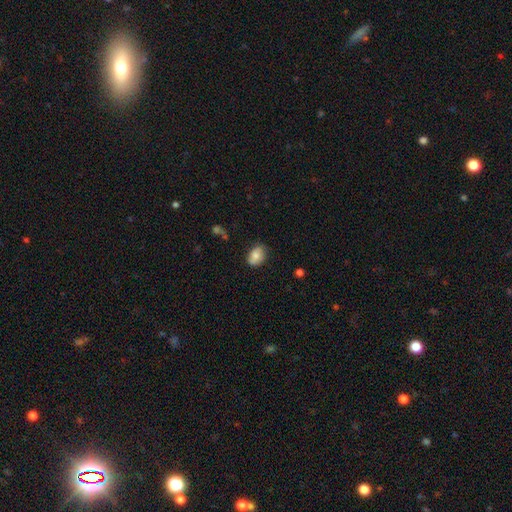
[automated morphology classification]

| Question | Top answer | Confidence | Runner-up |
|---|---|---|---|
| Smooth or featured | smooth | 80% | featured or disk (12%) |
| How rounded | in between | 80% | round (18%) |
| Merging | none | 75% | minor disturbance (19%) |